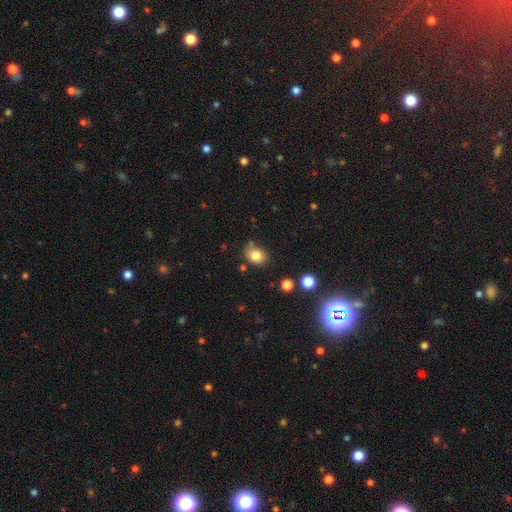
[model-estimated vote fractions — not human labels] smooth 82%, star or artifact 11%, featured or disk 7%. Down the decision tree: how rounded — in between (55%); merging — none (72%).